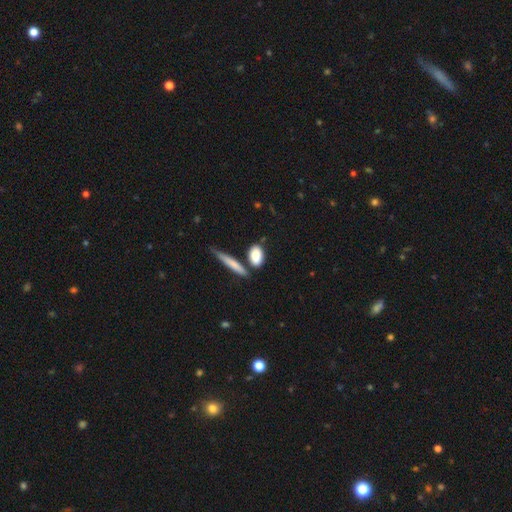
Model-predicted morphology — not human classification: smooth-or-featured: smooth: 85% | featured or disk: 9% | star or artifact: 6%
  how-rounded: in between: 72% | cigar-shaped: 16% | round: 12%
  merging: none: 67% | minor disturbance: 15% | merger: 13% | major disturbance: 5%